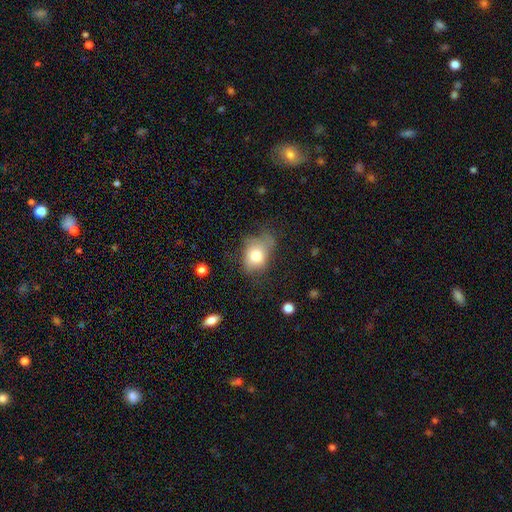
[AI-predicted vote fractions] A smooth galaxy with no disk features (73%) that is in between round and cigar-shaped (62%).

Vote fractions:
- Smooth or featured? smooth: 73% / featured or disk: 17% / star or artifact: 10%
- How rounded? in between: 62% / round: 37% / cigar-shaped: 1%
- Merging? none: 39% / minor disturbance: 34% / major disturbance: 24% / merger: 4%